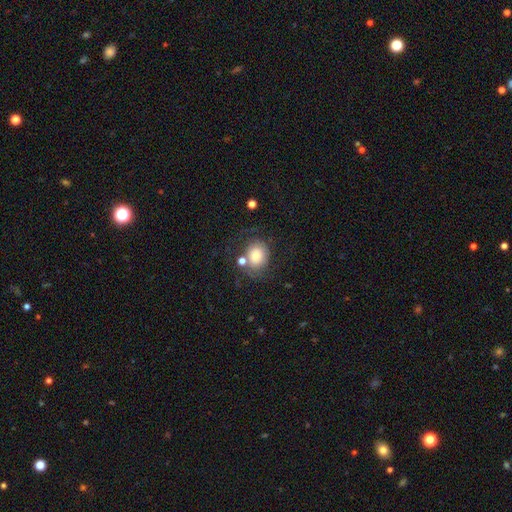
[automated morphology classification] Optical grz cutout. It shows a smooth galaxy with no disk features (67%) that is round (69%). Merging: none (55%).